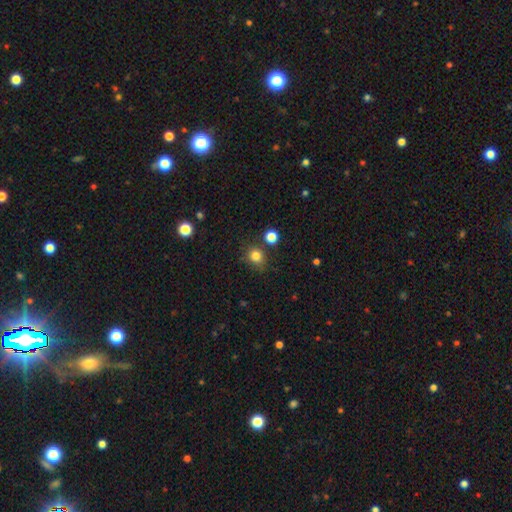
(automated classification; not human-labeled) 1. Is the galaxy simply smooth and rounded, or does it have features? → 81% smooth, 13% star or artifact, 6% featured or disk.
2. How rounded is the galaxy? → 76% round, 23% in between, 1% cigar-shaped.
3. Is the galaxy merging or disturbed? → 75% none, 14% minor disturbance, 7% merger, 4% major disturbance.